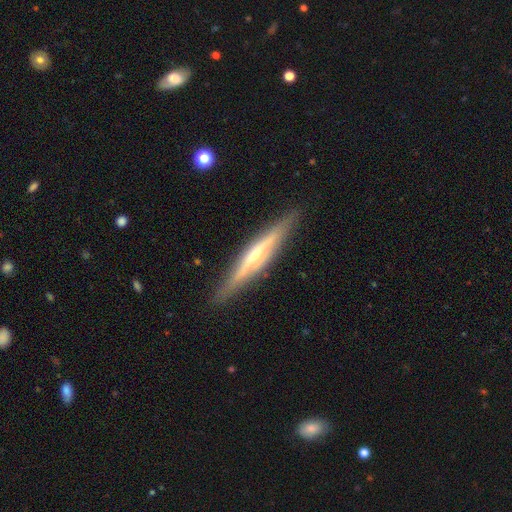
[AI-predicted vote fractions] smooth-or-featured: featured or disk: 75% | smooth: 19% | star or artifact: 6%
  disk-edge-on: yes: 96% | no: 4%
    edge-on-bulge: rounded: 76% | none: 15% | boxy: 9%
  merging: none: 89% | minor disturbance: 8% | major disturbance: 2% | merger: 1%